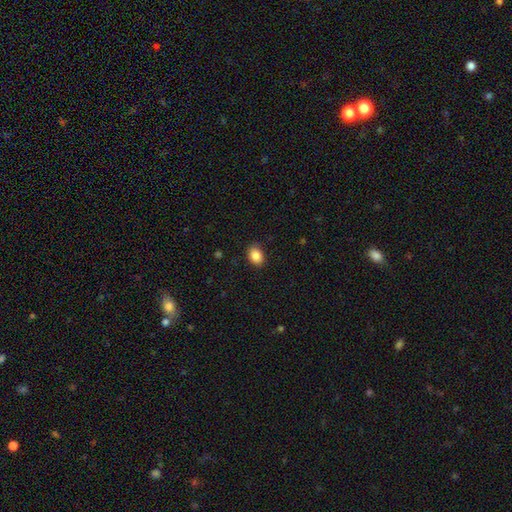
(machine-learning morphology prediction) The model was most divided on "how rounded": in between: 72%, round: 27%, cigar-shaped: 1%. More confident: smooth or featured — smooth (88%); merging — none (85%).